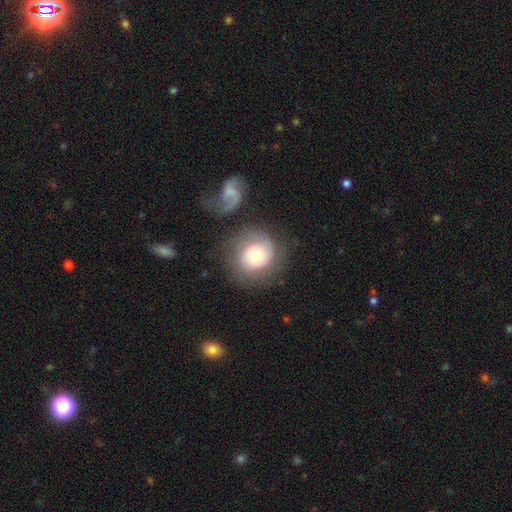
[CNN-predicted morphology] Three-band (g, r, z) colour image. It shows a smooth galaxy with no disk features (53%) that is round (86%). Merging: none (63%).